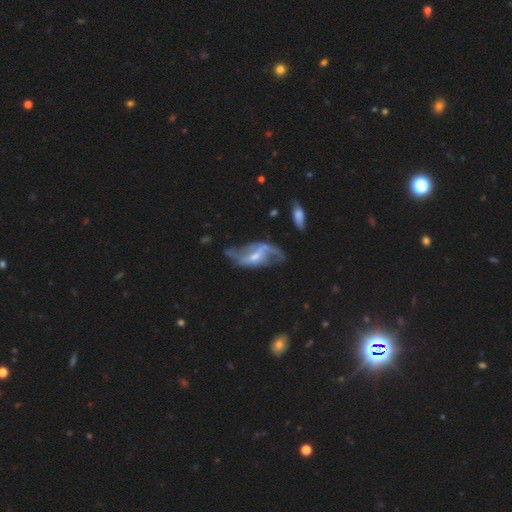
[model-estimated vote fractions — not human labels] smooth-or-featured: featured or disk: 81% | smooth: 12% | star or artifact: 7%
  disk-edge-on: no: 92% | yes: 8%
    bar: weak: 46% | strong: 29% | no: 25%
    has-spiral-arms: yes: 85% | no: 15%
      spiral-winding: loose: 74% | medium: 20% | tight: 6%
      spiral-arm-count: 2: 77% | can't tell: 9% | 1: 9% | 3: 2% | 4: 1% | more than 4: 1%
    bulge-size: small: 51% | moderate: 39% | none: 7% | large: 3% | dominant: 1%
  merging: none: 44% | major disturbance: 25% | minor disturbance: 23% | merger: 7%